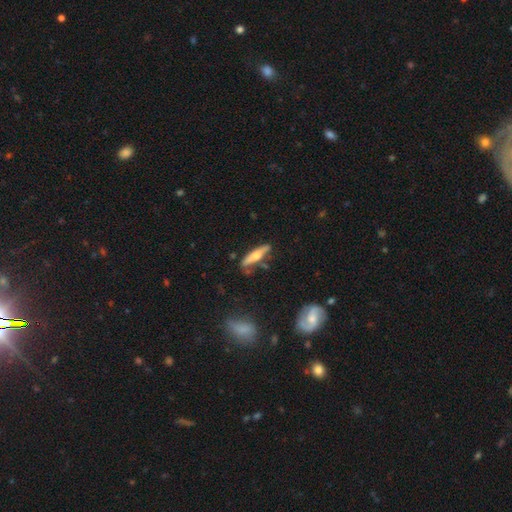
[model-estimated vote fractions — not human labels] smooth_or_featured: featured or disk (p=0.48) [alt: smooth p=0.46]
merging: none (p=0.78) [alt: minor disturbance p=0.15]